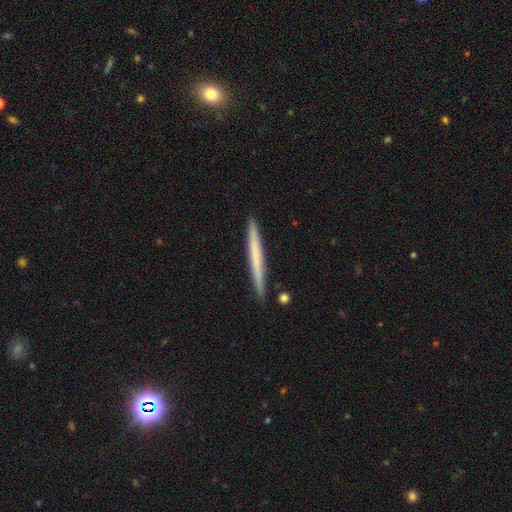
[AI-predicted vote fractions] Smooth or featured?
  - smooth: 56% *
  - featured or disk: 39%
  - star or artifact: 6%
How rounded?
  - cigar-shaped: 97% *
  - in between: 2%
  - round: 1%
Merging?
  - none: 91% *
  - minor disturbance: 6%
  - merger: 2%
  - major disturbance: 1%